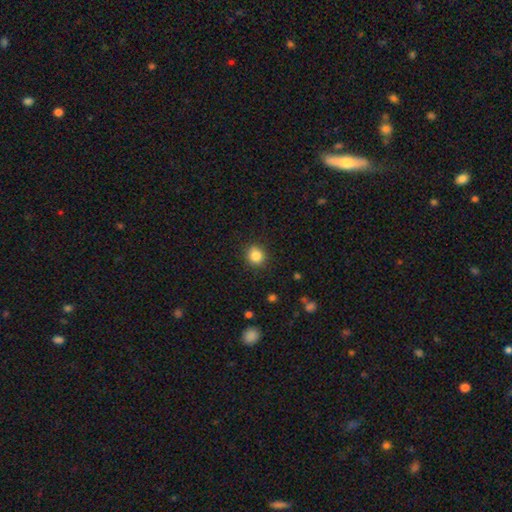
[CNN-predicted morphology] Q: Smooth or featured?
A: smooth (85%); runner-up: star or artifact (10%)
Q: How rounded?
A: round (86%); runner-up: in between (13%)
Q: Merging?
A: none (89%); runner-up: minor disturbance (7%)